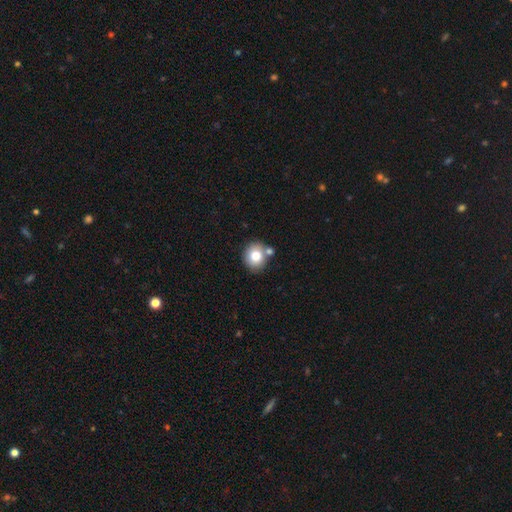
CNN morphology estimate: This appears to be a smooth galaxy with no disk features (76%) that is round (78%). Merging: none (67%).